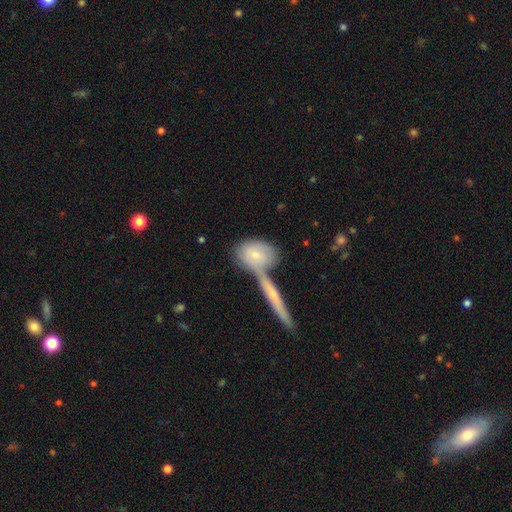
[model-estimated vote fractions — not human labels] smooth 65%, featured or disk 29%, star or artifact 6%. Down the decision tree: how rounded — in between (68%); merging — none (44%).